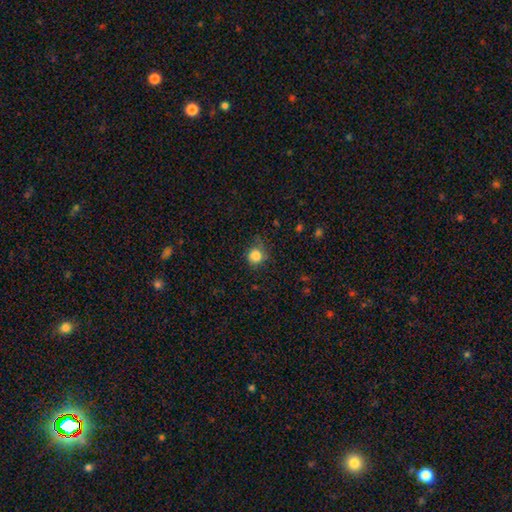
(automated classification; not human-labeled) Smooth or featured? smooth (84%)
How rounded? round (79%)
Merging? none (65%)